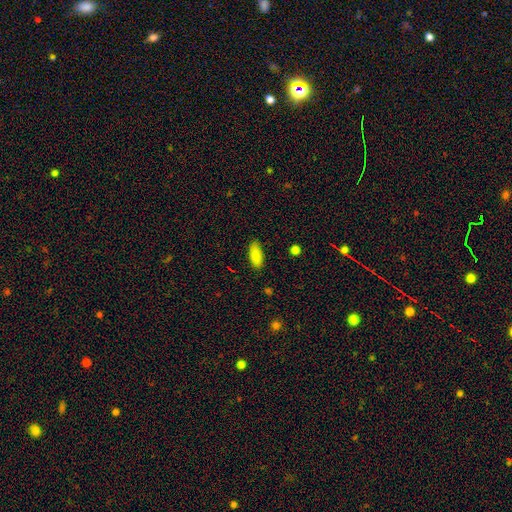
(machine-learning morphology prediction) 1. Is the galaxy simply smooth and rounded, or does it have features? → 88% smooth, 7% star or artifact, 4% featured or disk.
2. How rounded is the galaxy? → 83% in between, 16% cigar-shaped, 2% round.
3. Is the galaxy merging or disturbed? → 86% none, 10% minor disturbance, 2% major disturbance, 1% merger.